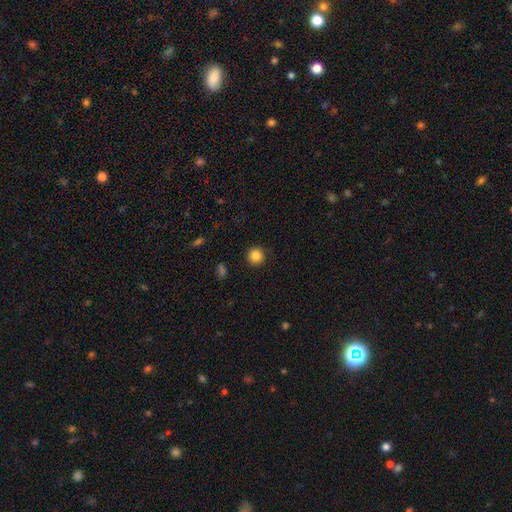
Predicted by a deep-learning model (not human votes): Smooth or featured? Predicted: smooth (p=0.85). How rounded? Predicted: round (p=0.94). Merging? Predicted: none (p=0.91).